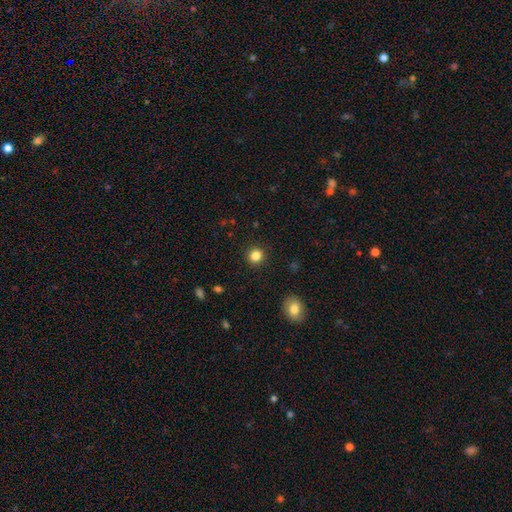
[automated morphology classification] A smooth galaxy with no disk features (84%) that is round (89%). Merging: none (92%).